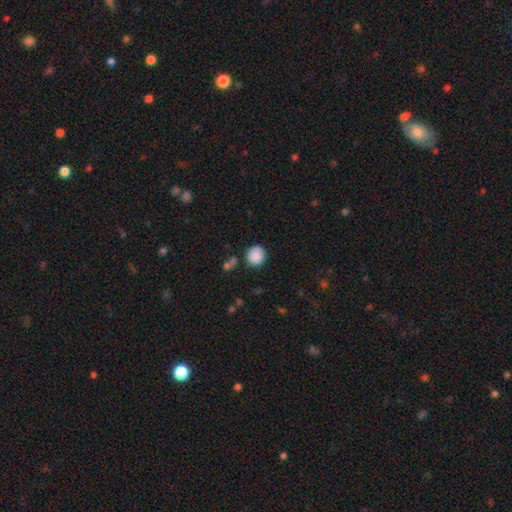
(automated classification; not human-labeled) Smooth or featured?
  - smooth: 87% *
  - star or artifact: 8%
  - featured or disk: 5%
How rounded?
  - round: 89% *
  - in between: 10%
  - cigar-shaped: 1%
Merging?
  - none: 84% *
  - minor disturbance: 10%
  - merger: 3%
  - major disturbance: 3%